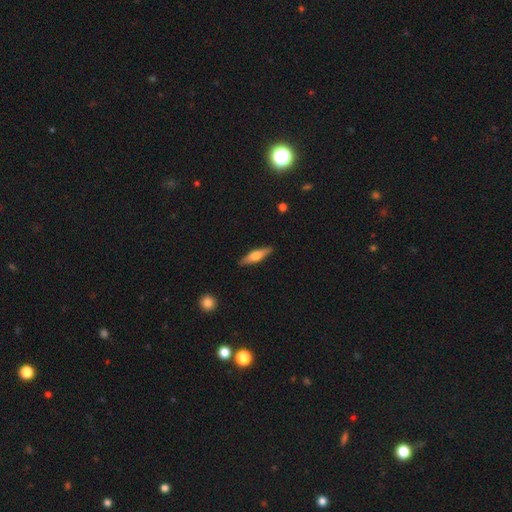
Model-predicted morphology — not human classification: Smooth or featured?
  - featured or disk: 52% *
  - smooth: 42%
  - star or artifact: 6%
Edge-on disk?
  - yes: 94% *
  - no: 6%
Merging?
  - none: 89% *
  - minor disturbance: 8%
  - major disturbance: 2%
  - merger: 1%